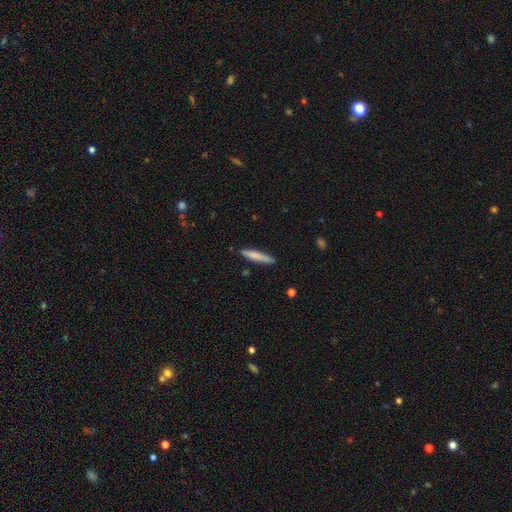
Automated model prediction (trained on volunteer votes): This is likely a smooth galaxy (73%). How rounded: clearly cigar-shaped (92%). Merging: clearly none (84%).